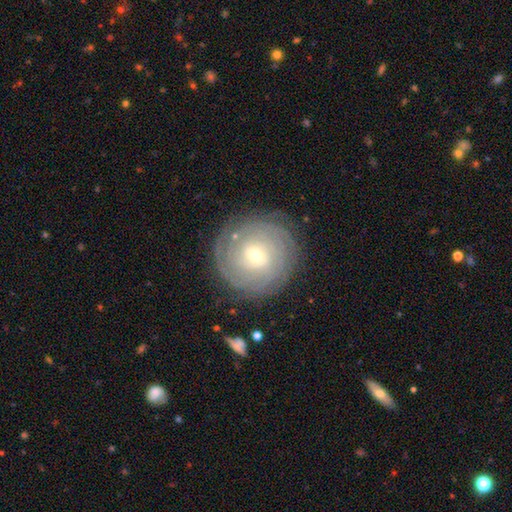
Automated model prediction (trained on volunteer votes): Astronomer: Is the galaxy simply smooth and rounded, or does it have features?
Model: featured or disk — 78%.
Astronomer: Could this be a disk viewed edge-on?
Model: no — 97%.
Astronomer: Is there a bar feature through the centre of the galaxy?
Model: weak — 51% (runner-up: no, 33%).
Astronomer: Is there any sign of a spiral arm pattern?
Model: yes — 93%.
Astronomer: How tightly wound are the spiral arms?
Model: tight — 86%.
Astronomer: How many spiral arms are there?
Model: can't tell — 42%.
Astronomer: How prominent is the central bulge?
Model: small — 64%.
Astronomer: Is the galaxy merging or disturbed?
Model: none — 86%.